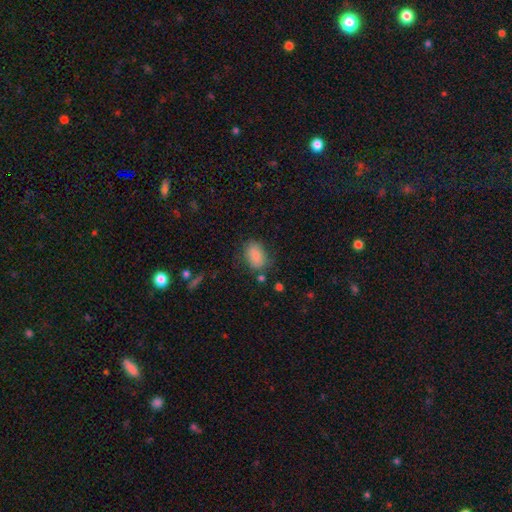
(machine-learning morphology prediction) Smooth or featured?
  - smooth: 84% *
  - featured or disk: 8%
  - star or artifact: 8%
How rounded?
  - in between: 82% *
  - round: 17%
  - cigar-shaped: 1%
Merging?
  - none: 74% *
  - minor disturbance: 17%
  - major disturbance: 5%
  - merger: 3%